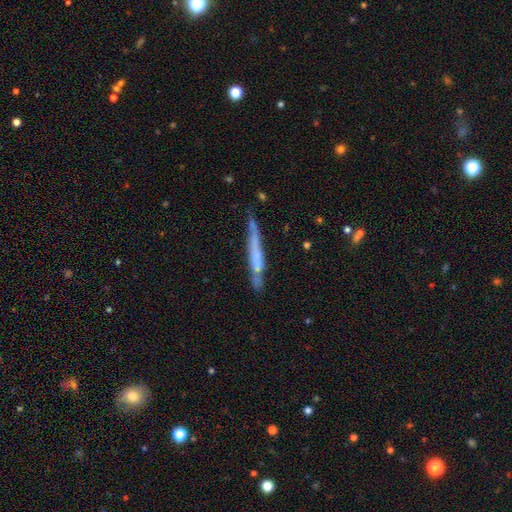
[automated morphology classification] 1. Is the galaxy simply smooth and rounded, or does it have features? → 54% featured or disk, 39% smooth, 7% star or artifact.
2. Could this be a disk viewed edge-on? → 88% yes, 12% no.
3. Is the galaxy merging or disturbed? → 69% none, 22% minor disturbance, 5% merger, 5% major disturbance.